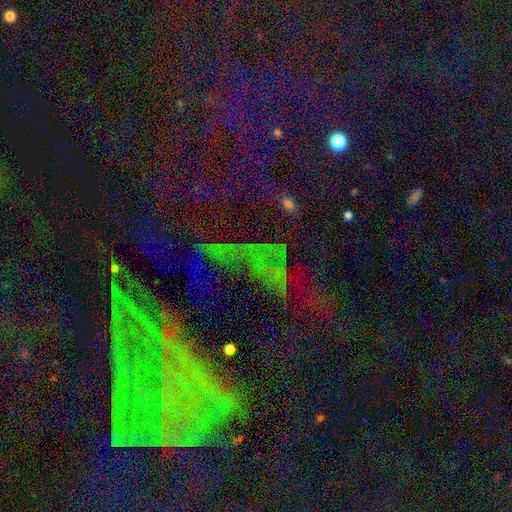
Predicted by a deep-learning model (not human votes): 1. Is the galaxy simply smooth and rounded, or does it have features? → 71% star or artifact, 16% smooth, 13% featured or disk.